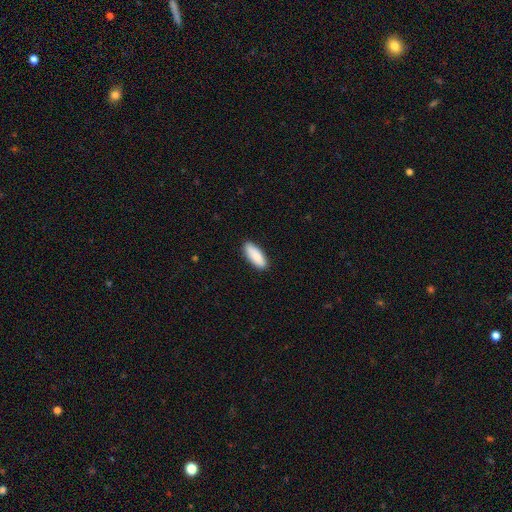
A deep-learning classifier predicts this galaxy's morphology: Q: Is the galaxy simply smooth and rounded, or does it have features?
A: smooth — 87%.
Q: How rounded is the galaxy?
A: in between — 74%.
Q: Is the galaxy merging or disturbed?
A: none — 89%.